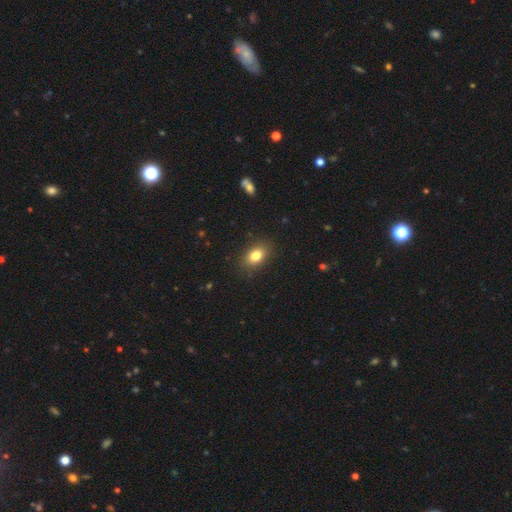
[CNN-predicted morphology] smooth-or-featured: smooth: 81% | star or artifact: 10% | featured or disk: 9%
  how-rounded: in between: 79% | round: 20% | cigar-shaped: 2%
  merging: none: 87% | minor disturbance: 9% | major disturbance: 3% | merger: 1%